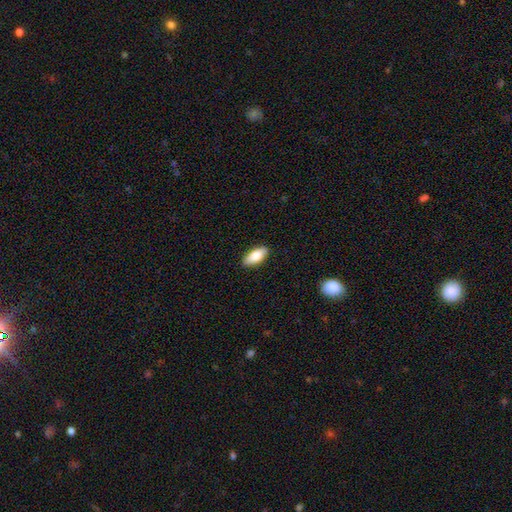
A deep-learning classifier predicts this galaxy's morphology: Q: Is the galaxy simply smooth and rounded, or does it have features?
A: smooth — 82%.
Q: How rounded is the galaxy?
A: in between — 83%.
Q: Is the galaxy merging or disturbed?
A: none — 90%.